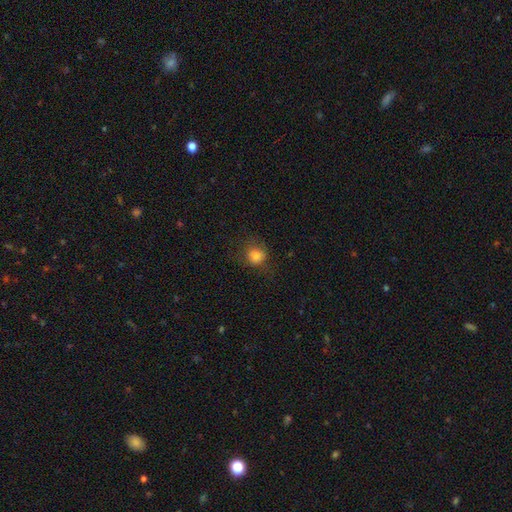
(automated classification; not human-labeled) smooth-or-featured: smooth: 81% | star or artifact: 12% | featured or disk: 7%
  how-rounded: round: 84% | in between: 15% | cigar-shaped: 1%
  merging: none: 70% | minor disturbance: 18% | major disturbance: 10% | merger: 1%